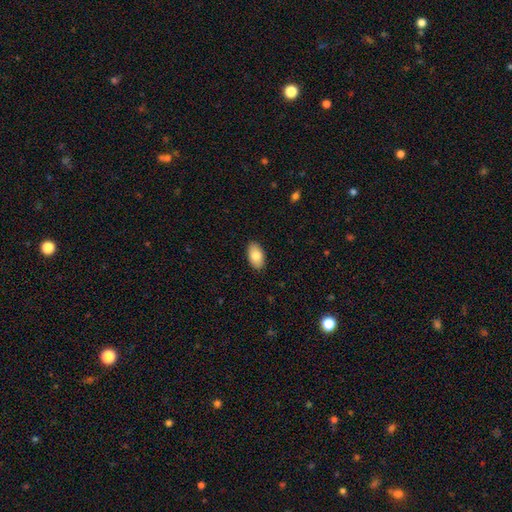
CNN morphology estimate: smooth-or-featured: smooth: 83% | featured or disk: 11% | star or artifact: 6%
  how-rounded: in between: 94% | round: 4% | cigar-shaped: 1%
  merging: none: 89% | minor disturbance: 9% | major disturbance: 2% | merger: 1%